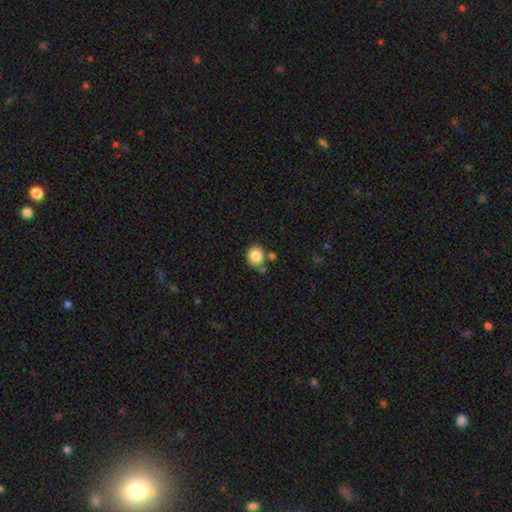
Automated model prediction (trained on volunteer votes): A smooth galaxy with no disk features (85%) that is round (74%).

Vote fractions:
- Smooth or featured? smooth: 85% / star or artifact: 9% / featured or disk: 6%
- How rounded? round: 74% / in between: 25% / cigar-shaped: 1%
- Merging? none: 72% / minor disturbance: 13% / merger: 12% / major disturbance: 3%